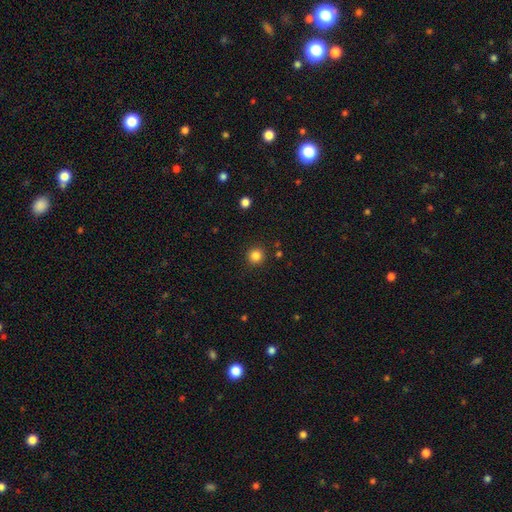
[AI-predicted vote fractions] Smooth or featured?
  - smooth: 84% *
  - star or artifact: 12%
  - featured or disk: 4%
How rounded?
  - round: 93% *
  - in between: 6%
  - cigar-shaped: 1%
Merging?
  - none: 90% *
  - minor disturbance: 6%
  - major disturbance: 2%
  - merger: 2%